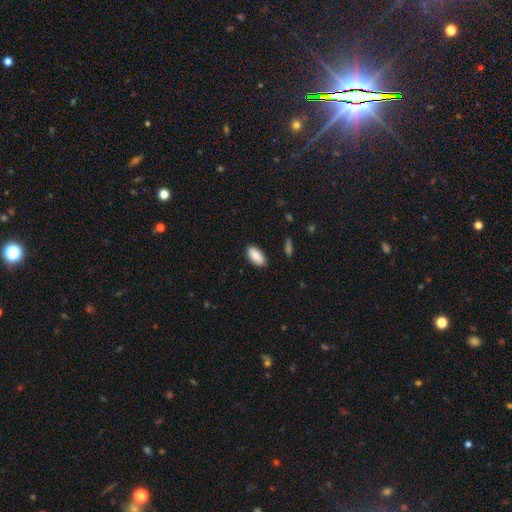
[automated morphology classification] smooth 88%, star or artifact 6%, featured or disk 6%. Down the decision tree: how rounded — in between (92%); merging — none (84%).